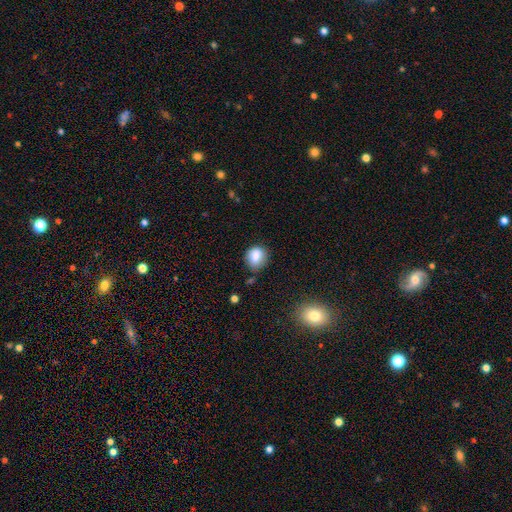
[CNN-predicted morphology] smooth 83%, star or artifact 9%, featured or disk 8%. Down the decision tree: how rounded — round (62%); merging — none (70%).